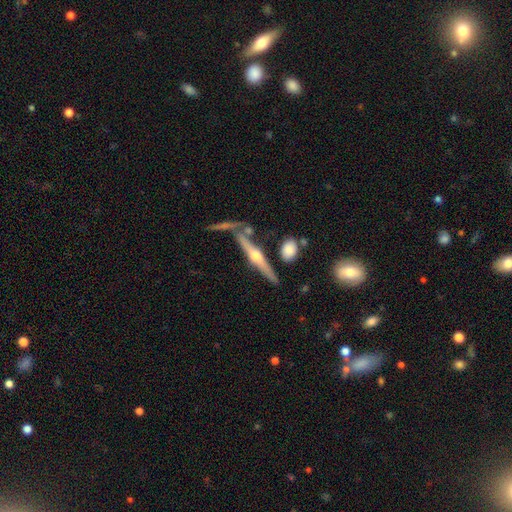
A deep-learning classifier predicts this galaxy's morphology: This is likely a featured or disk galaxy (75%). It is clearly viewed edge-on (96%). Edge-on bulge: clearly rounded (94%). Merging: likely none (72%).